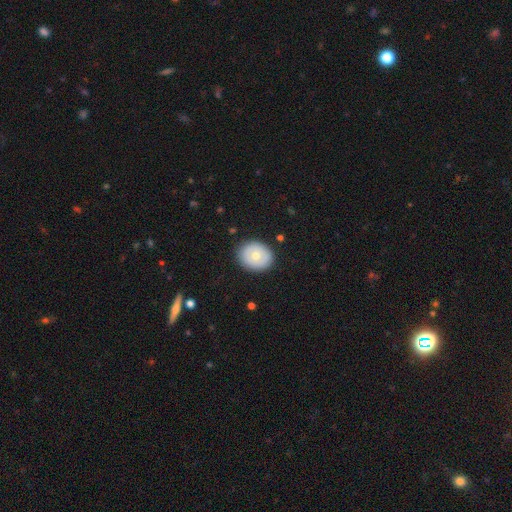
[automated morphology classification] smooth-or-featured: smooth: 63% | featured or disk: 30% | star or artifact: 7%
  how-rounded: round: 68% | in between: 31% | cigar-shaped: 1%
  merging: none: 88% | minor disturbance: 8% | major disturbance: 2% | merger: 1%